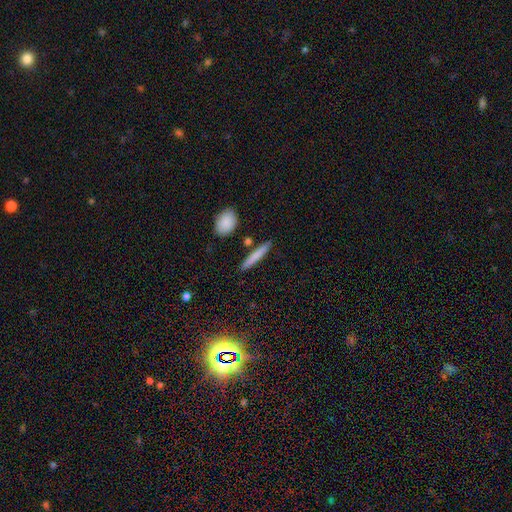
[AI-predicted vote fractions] smooth 75%, featured or disk 19%, star or artifact 6%. Down the decision tree: how rounded — cigar-shaped (92%); merging — none (87%).